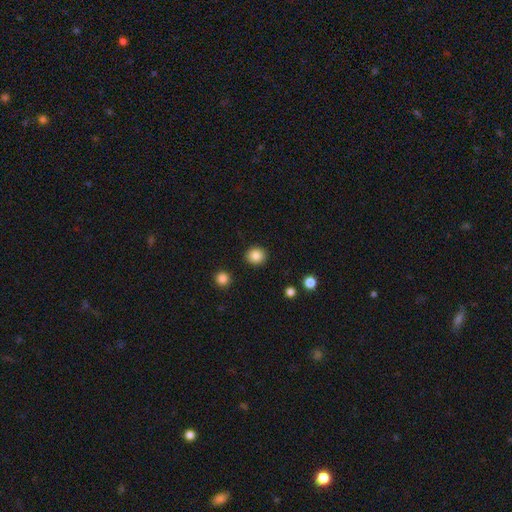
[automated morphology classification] smooth-or-featured: smooth: 86% | star or artifact: 10% | featured or disk: 4%
  how-rounded: round: 87% | in between: 12% | cigar-shaped: 1%
  merging: none: 91% | minor disturbance: 5% | major disturbance: 2% | merger: 1%